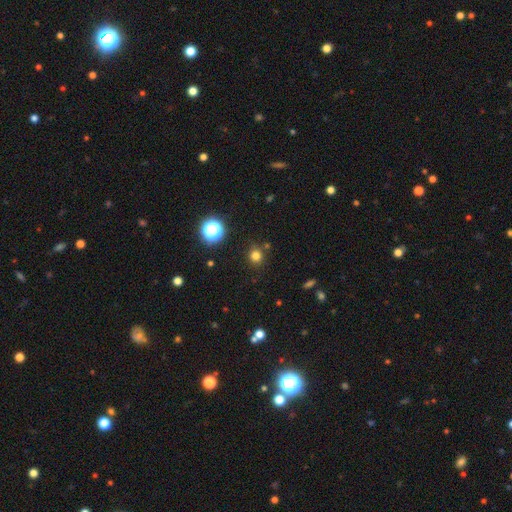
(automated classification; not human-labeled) smooth_or_featured: smooth (p=0.77) [alt: star or artifact p=0.18]
how_rounded: round (p=0.92) [alt: in between p=0.07]
merging: none (p=0.87) [alt: minor disturbance p=0.07]